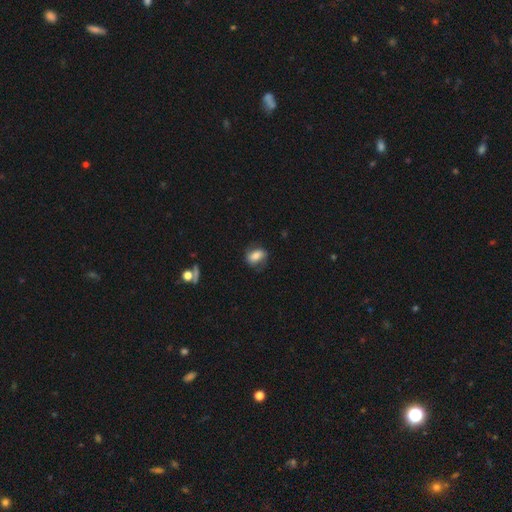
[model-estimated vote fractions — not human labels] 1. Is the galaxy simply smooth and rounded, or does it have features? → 64% smooth, 28% featured or disk, 9% star or artifact.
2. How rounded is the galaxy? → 75% in between, 23% round, 3% cigar-shaped.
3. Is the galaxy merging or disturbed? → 66% none, 22% minor disturbance, 10% major disturbance, 2% merger.